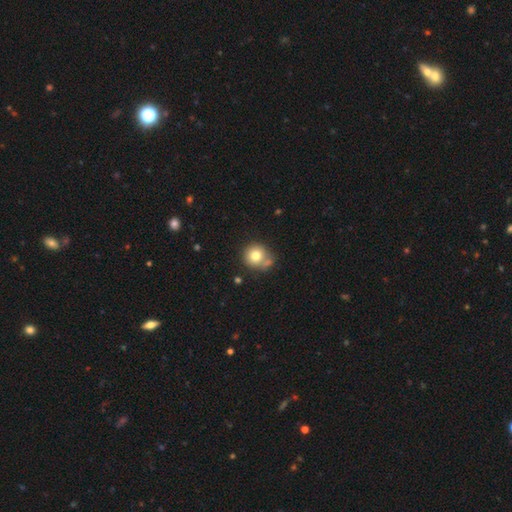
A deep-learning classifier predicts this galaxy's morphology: This appears to be a smooth galaxy with no disk features (78%) that is round (89%). Merging: none (61%).